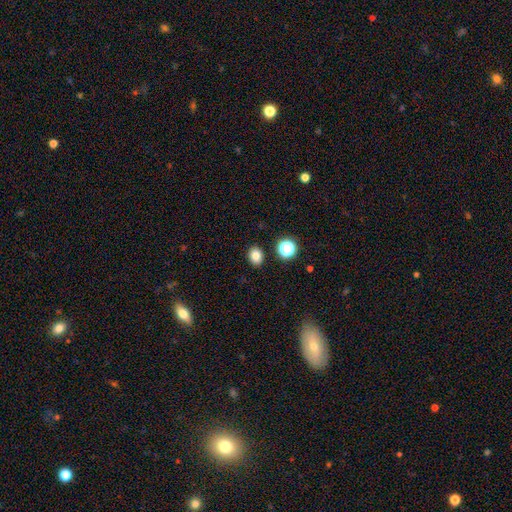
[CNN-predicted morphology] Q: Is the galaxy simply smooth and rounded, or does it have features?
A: smooth — 81%.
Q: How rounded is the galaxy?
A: in between — 52%.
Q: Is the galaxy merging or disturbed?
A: none — 88%.